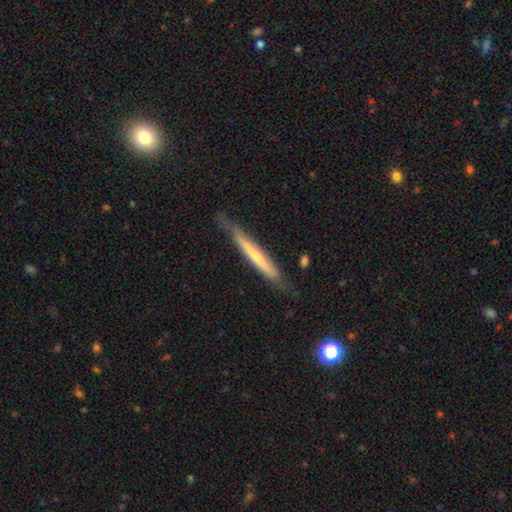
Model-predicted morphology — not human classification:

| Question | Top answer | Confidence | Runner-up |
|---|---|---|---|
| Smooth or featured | featured or disk | 57% | smooth (37%) |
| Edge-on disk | yes | 92% | no (8%) |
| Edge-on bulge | none | 56% | rounded (37%) |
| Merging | none | 72% | minor disturbance (22%) |